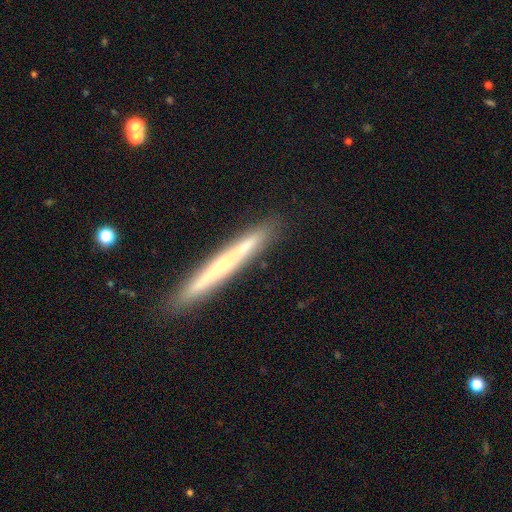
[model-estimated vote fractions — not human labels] Smooth or featured?
  - featured or disk: 61% *
  - smooth: 32%
  - star or artifact: 7%
Edge-on disk?
  - yes: 95% *
  - no: 5%
Edge-on bulge?
  - none: 49% *
  - rounded: 47%
  - boxy: 4%
Merging?
  - none: 87% *
  - minor disturbance: 9%
  - merger: 2%
  - major disturbance: 2%